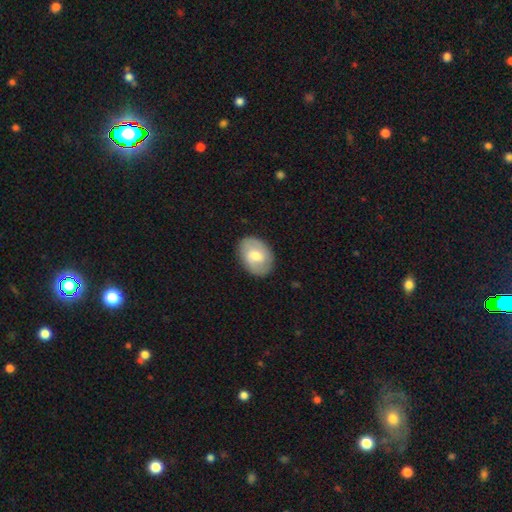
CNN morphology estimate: This appears to be a featured or disk galaxy (47%, tied with smooth). Merging: none (85%).